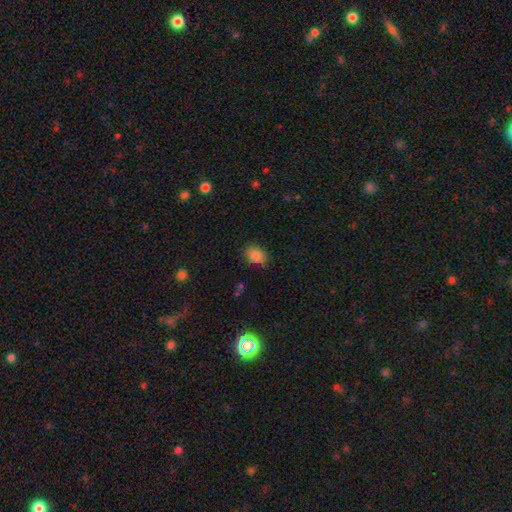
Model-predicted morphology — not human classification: type=smooth (86%); roundness=in between (79%); merging=none (81%).